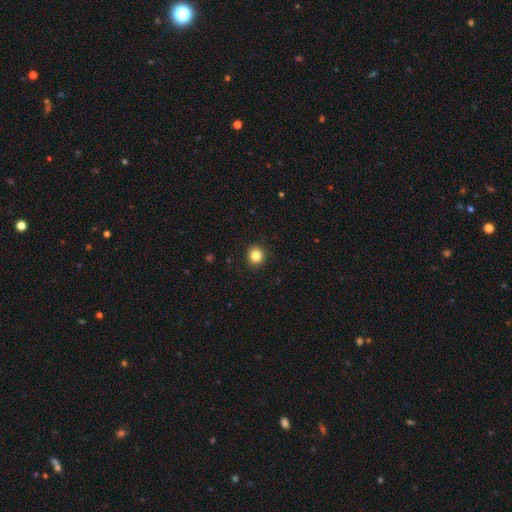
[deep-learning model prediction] A smooth galaxy with no disk features (84%) that is round (89%).

Vote fractions:
- Smooth or featured? smooth: 84% / star or artifact: 11% / featured or disk: 5%
- How rounded? round: 89% / in between: 10% / cigar-shaped: 1%
- Merging? none: 92% / minor disturbance: 5% / major disturbance: 2% / merger: 1%